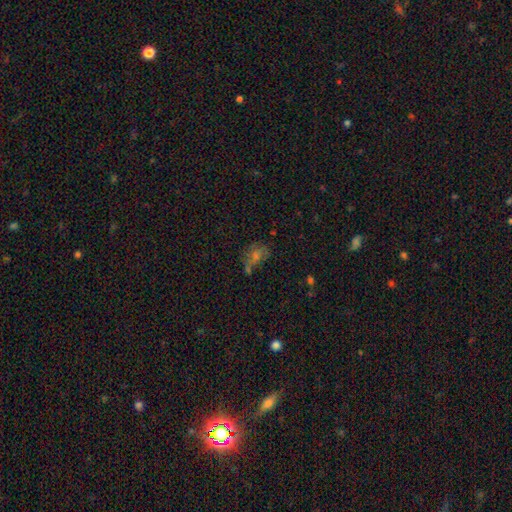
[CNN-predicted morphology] A smooth galaxy with no disk features (46%). Merging: none (49%).